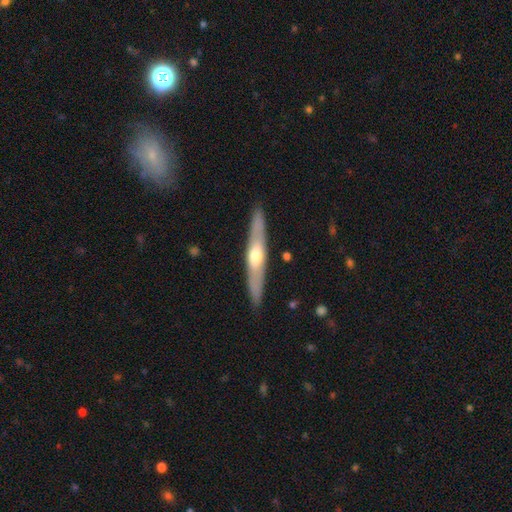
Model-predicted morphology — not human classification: featured or disk 66%, smooth 29%, star or artifact 5%. Down the decision tree: edge-on disk — yes (92%); edge-on bulge — rounded (88%); merging — none (89%).